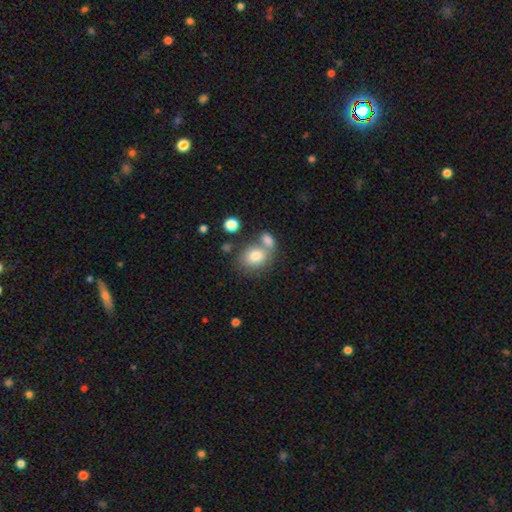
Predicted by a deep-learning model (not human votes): smooth 80%, featured or disk 11%, star or artifact 9%. Down the decision tree: how rounded — in between (54%); merging — none (47%).